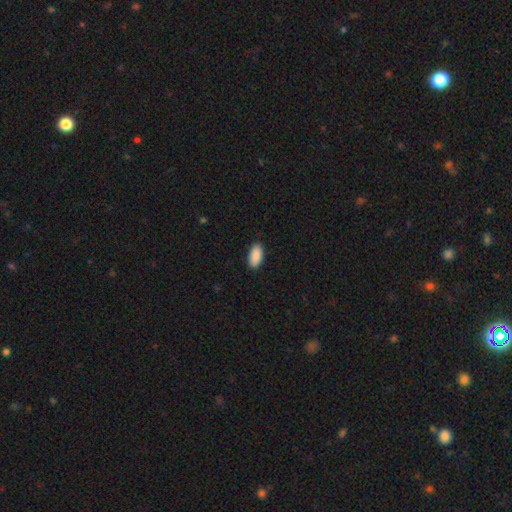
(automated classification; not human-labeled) smooth 91%, star or artifact 6%, featured or disk 3%. Down the decision tree: how rounded — in between (94%); merging — none (90%).